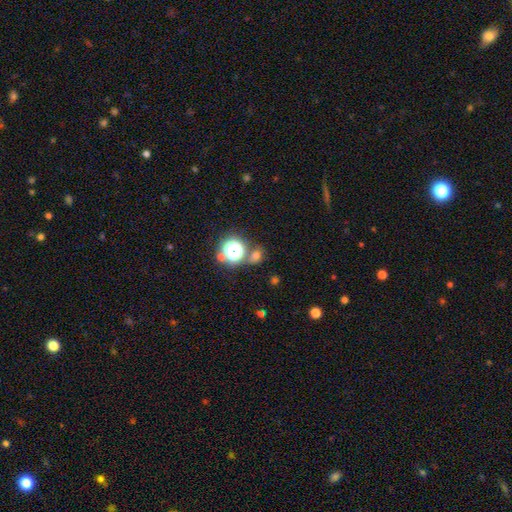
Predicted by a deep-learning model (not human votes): smooth-or-featured: smooth: 60% | star or artifact: 32% | featured or disk: 8%
  how-rounded: round: 72% | in between: 26% | cigar-shaped: 1%
  merging: none: 72% | merger: 12% | minor disturbance: 11% | major disturbance: 5%